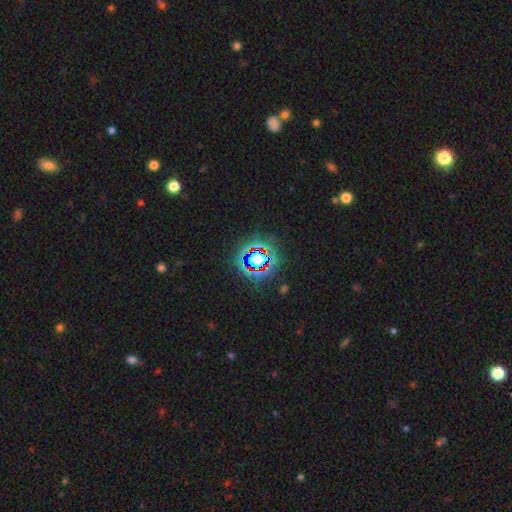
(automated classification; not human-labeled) A star or artifact, not a galaxy (72%).